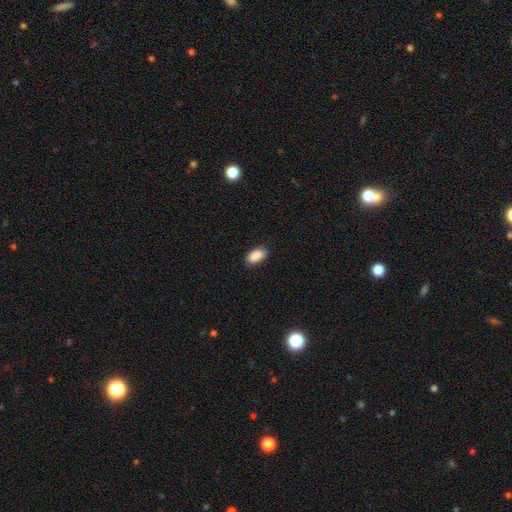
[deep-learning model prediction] Q: Smooth or featured?
A: smooth (90%); runner-up: star or artifact (7%)
Q: How rounded?
A: in between (93%); runner-up: round (4%)
Q: Merging?
A: none (83%); runner-up: minor disturbance (13%)